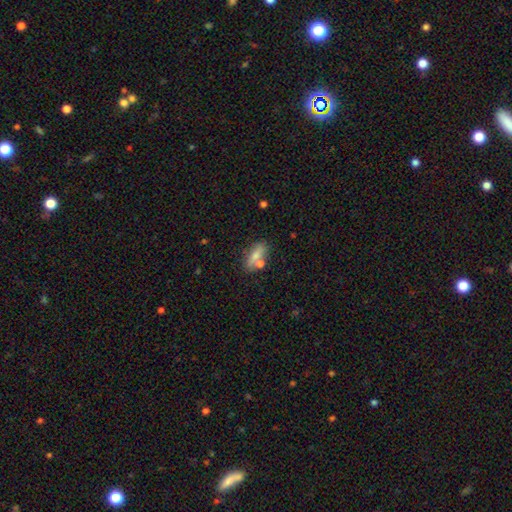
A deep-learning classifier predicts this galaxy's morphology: Overall: smooth (72%). How rounded: in between (70%). Merging: none (65%).